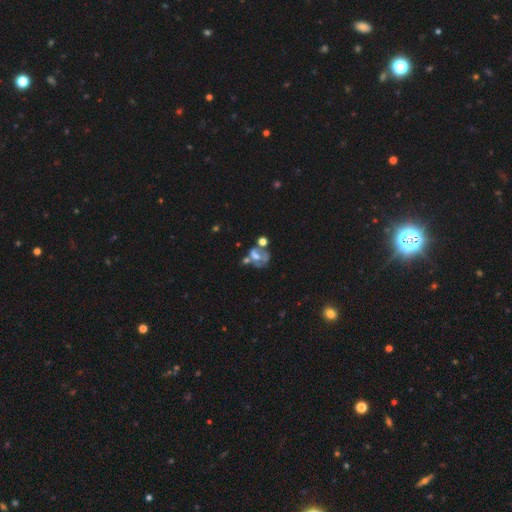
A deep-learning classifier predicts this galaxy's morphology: Q: Smooth or featured?
A: featured or disk (51%); runner-up: smooth (34%)
Q: Edge-on disk?
A: no (97%); runner-up: yes (3%)
Q: Merging?
A: merger (33%); runner-up: none (27%)